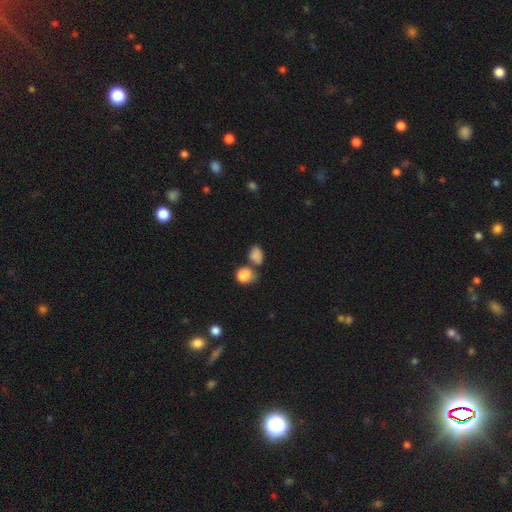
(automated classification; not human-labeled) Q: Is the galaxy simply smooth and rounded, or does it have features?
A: smooth — 82%.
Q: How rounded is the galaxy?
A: in between — 68%.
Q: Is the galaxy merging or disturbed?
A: none — 41%.